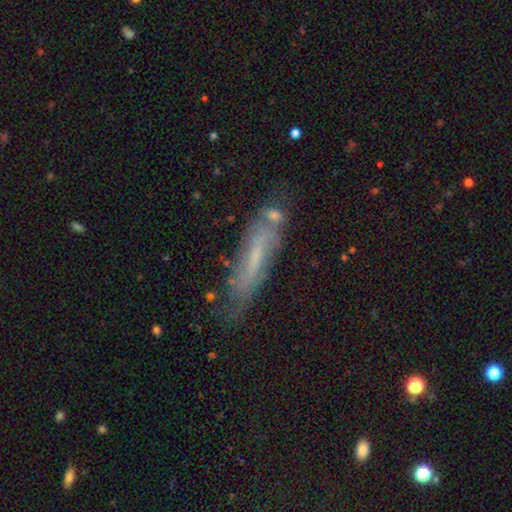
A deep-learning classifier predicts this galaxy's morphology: featured or disk 56%, smooth 33%, star or artifact 11%. Down the decision tree: edge-on disk — no (55%); merging — none (64%).